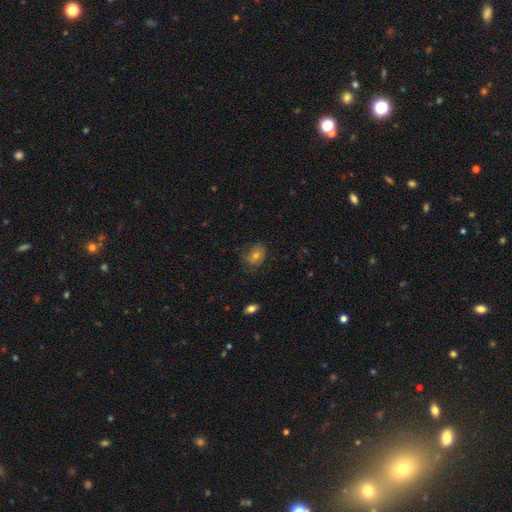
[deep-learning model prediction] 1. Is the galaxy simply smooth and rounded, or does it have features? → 50% smooth, 35% featured or disk, 15% star or artifact.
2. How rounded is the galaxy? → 54% in between, 45% round, 1% cigar-shaped.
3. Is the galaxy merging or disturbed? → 57% none, 26% minor disturbance, 16% major disturbance, 1% merger.